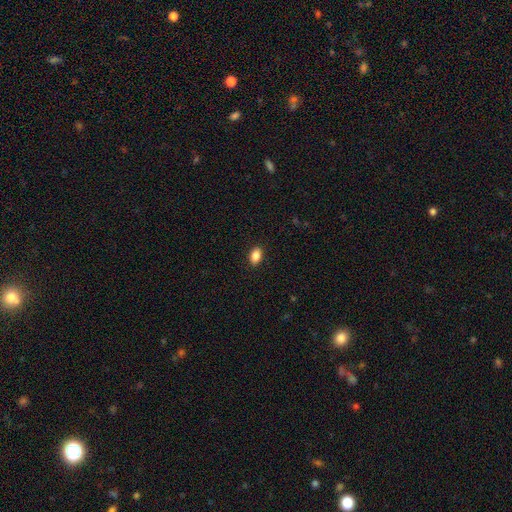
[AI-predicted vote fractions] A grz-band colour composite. It shows a smooth galaxy with no disk features (88%) that is in between round and cigar-shaped (89%). Merging: none (89%).